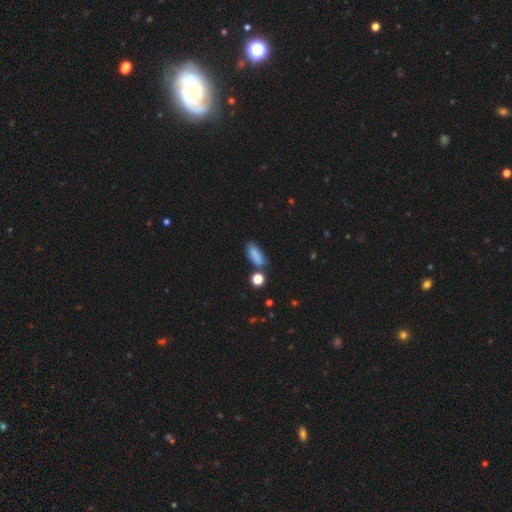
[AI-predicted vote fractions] The model was most divided on "merging": none: 62%, minor disturbance: 21%, merger: 11%, major disturbance: 6%. More confident: smooth or featured — smooth (82%); how rounded — in between (72%).